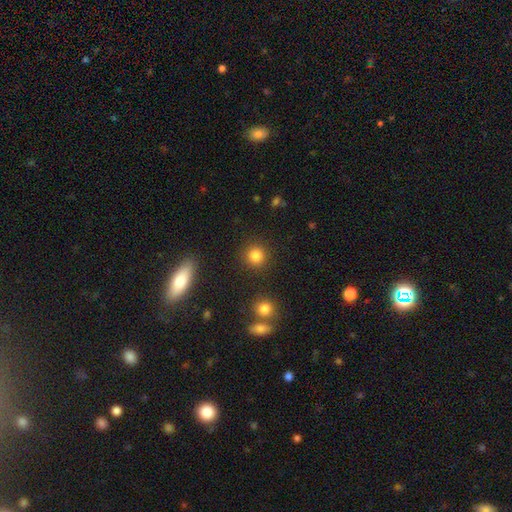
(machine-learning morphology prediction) This is clearly a smooth galaxy (83%). How rounded: clearly round (93%). Merging: clearly none (88%).